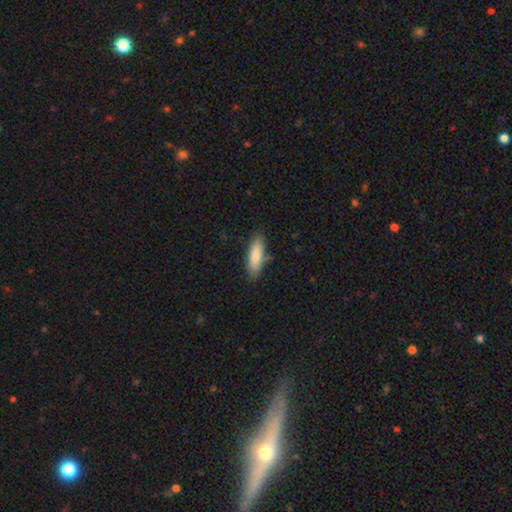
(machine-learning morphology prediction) Q: Smooth or featured?
A: smooth (85%); runner-up: featured or disk (10%)
Q: How rounded?
A: in between (53%); runner-up: cigar-shaped (46%)
Q: Merging?
A: none (78%); runner-up: minor disturbance (16%)